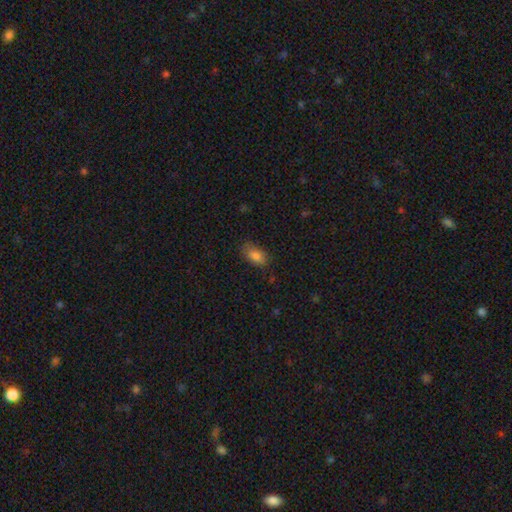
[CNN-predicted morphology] smooth-or-featured: smooth: 83% | star or artifact: 9% | featured or disk: 8%
  how-rounded: in between: 90% | round: 6% | cigar-shaped: 4%
  merging: none: 72% | minor disturbance: 22% | major disturbance: 5% | merger: 1%